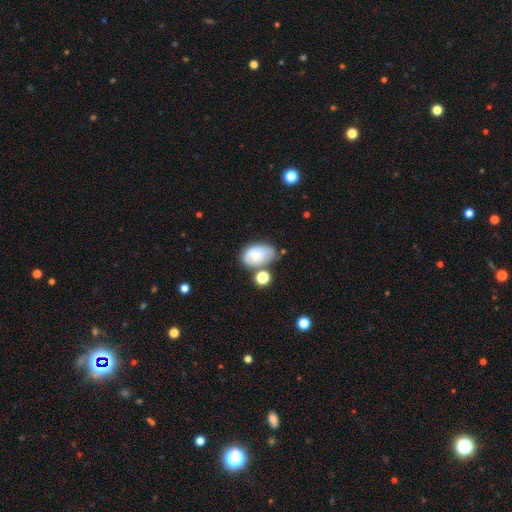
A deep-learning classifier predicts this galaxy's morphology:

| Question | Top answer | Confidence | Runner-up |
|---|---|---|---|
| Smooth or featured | smooth | 67% | featured or disk (24%) |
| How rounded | in between | 86% | round (12%) |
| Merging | none | 46% | minor disturbance (28%) |